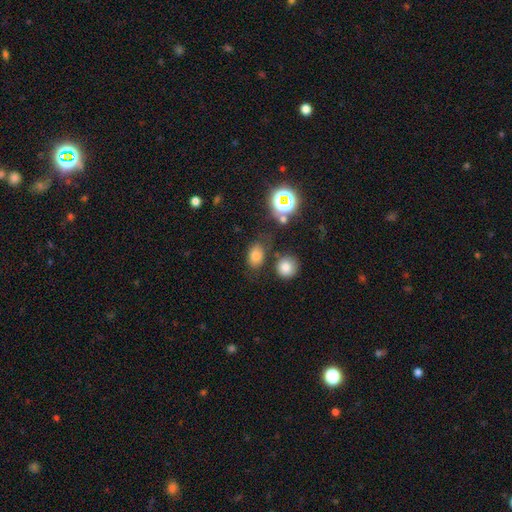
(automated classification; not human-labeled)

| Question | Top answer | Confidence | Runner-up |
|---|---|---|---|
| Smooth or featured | smooth | 73% | star or artifact (17%) |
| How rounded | in between | 76% | round (22%) |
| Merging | none | 71% | minor disturbance (16%) |